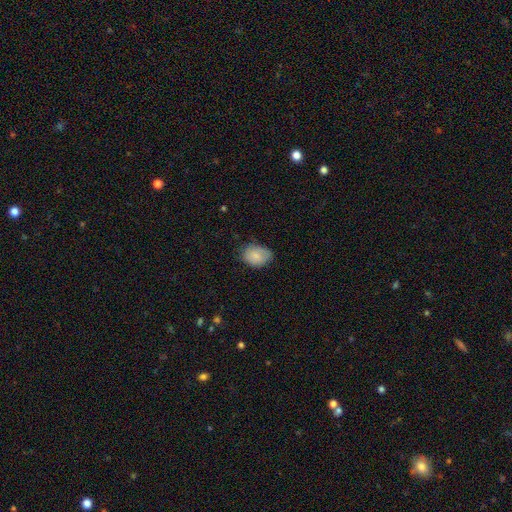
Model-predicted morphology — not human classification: A smooth galaxy with no disk features (79%) that is in between round and cigar-shaped (68%). Merging: none (63%).